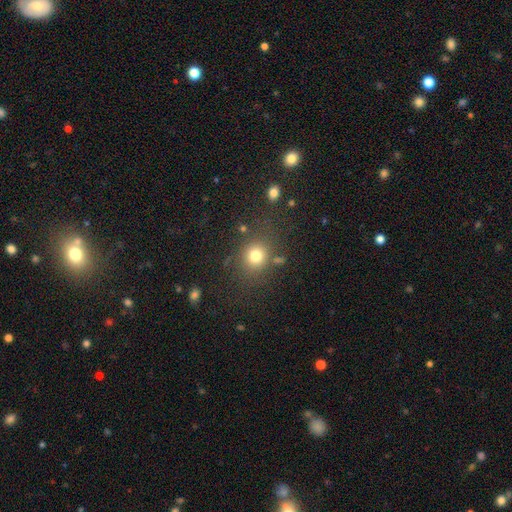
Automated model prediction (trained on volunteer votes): Overall: smooth (77%). How rounded: round (80%). Merging: none (76%).